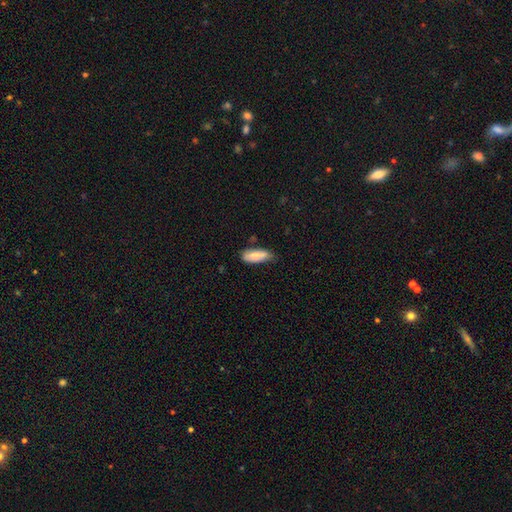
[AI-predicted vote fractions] Smooth or featured?
  - smooth: 86% *
  - featured or disk: 8%
  - star or artifact: 6%
How rounded?
  - in between: 76% *
  - cigar-shaped: 22%
  - round: 2%
Merging?
  - none: 62% *
  - minor disturbance: 31%
  - major disturbance: 5%
  - merger: 3%